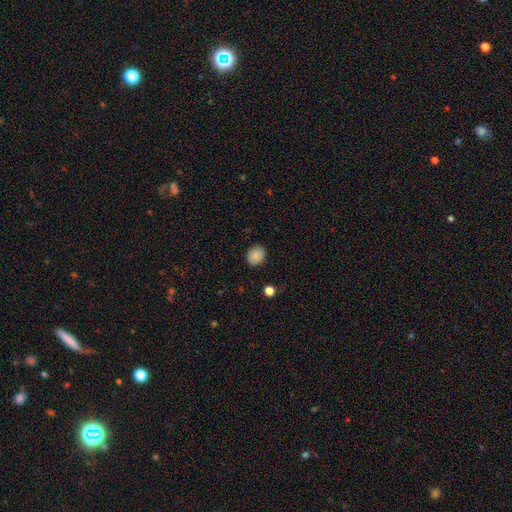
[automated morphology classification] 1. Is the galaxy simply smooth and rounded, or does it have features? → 86% smooth, 9% star or artifact, 5% featured or disk.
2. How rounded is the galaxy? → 68% round, 32% in between, 1% cigar-shaped.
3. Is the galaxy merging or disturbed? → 88% none, 9% minor disturbance, 2% major disturbance, 1% merger.